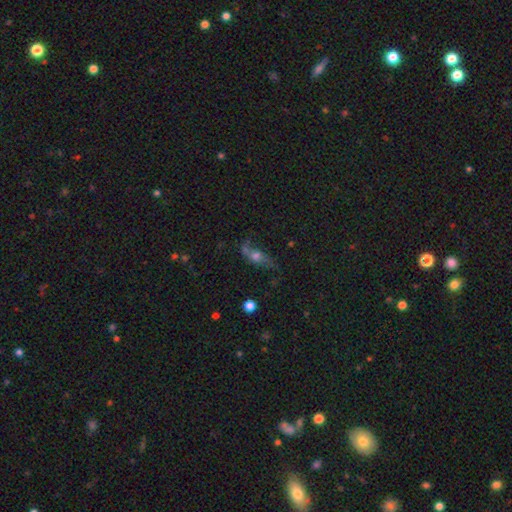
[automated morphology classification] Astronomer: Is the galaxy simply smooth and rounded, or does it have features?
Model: featured or disk — 49% (runner-up: smooth, 35%).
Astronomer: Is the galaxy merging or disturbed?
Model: none — 49%.